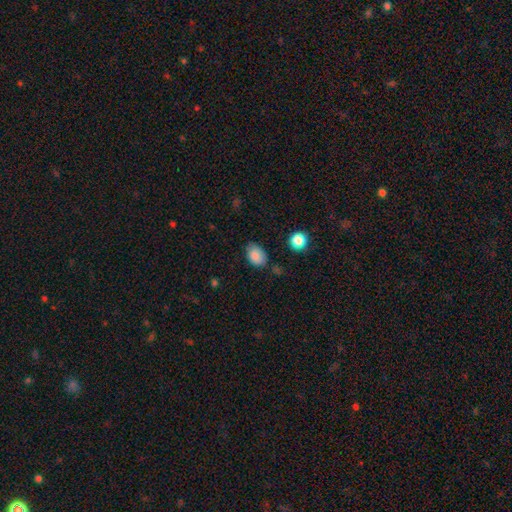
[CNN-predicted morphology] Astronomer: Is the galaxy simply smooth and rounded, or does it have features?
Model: smooth — 85%.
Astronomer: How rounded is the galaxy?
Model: in between — 83%.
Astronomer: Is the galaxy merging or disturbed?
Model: none — 68%.